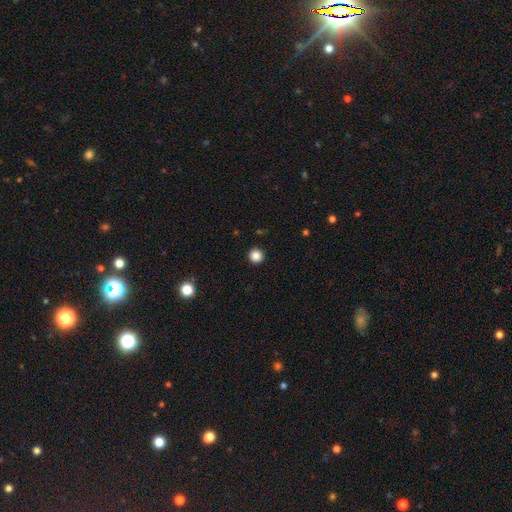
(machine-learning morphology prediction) Q: Smooth or featured?
A: smooth (86%); runner-up: star or artifact (11%)
Q: How rounded?
A: round (96%); runner-up: in between (3%)
Q: Merging?
A: none (93%); runner-up: minor disturbance (4%)